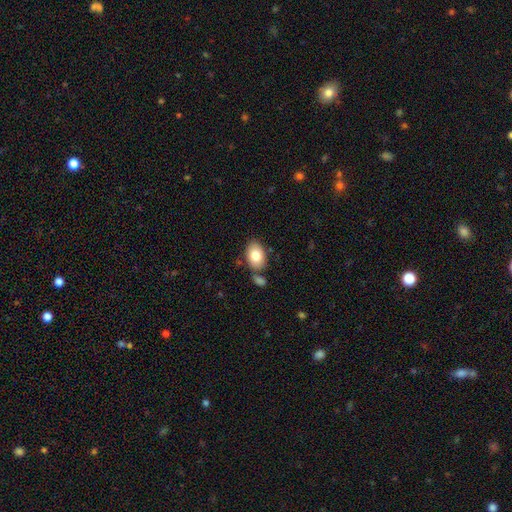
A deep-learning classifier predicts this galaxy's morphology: A smooth galaxy with no disk features (82%) that is in between round and cigar-shaped (87%). Merging: none (72%).